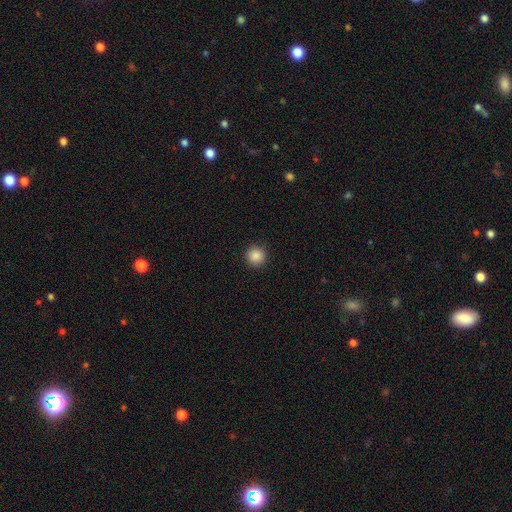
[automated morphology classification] Smooth or featured?
  - smooth: 87% *
  - star or artifact: 10%
  - featured or disk: 3%
How rounded?
  - round: 94% *
  - in between: 5%
  - cigar-shaped: 1%
Merging?
  - none: 92% *
  - minor disturbance: 5%
  - major disturbance: 2%
  - merger: 1%